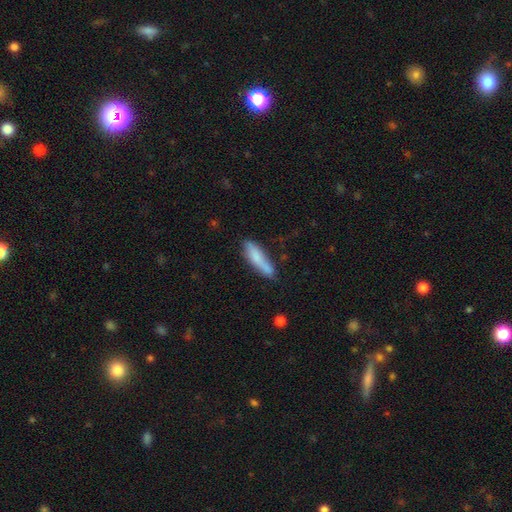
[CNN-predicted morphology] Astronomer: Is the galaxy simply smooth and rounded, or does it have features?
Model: smooth — 73%.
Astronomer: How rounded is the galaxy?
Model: cigar-shaped — 73%.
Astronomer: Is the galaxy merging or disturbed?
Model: none — 61%.